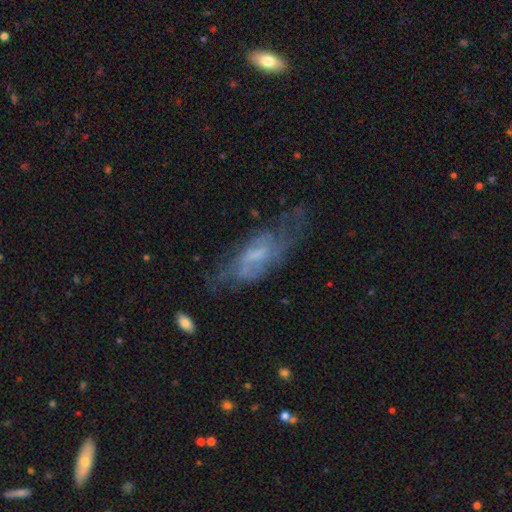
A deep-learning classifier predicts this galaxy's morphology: Smooth or featured? featured or disk (60%)
Edge-on disk? no (83%)
Merging? none (50%)